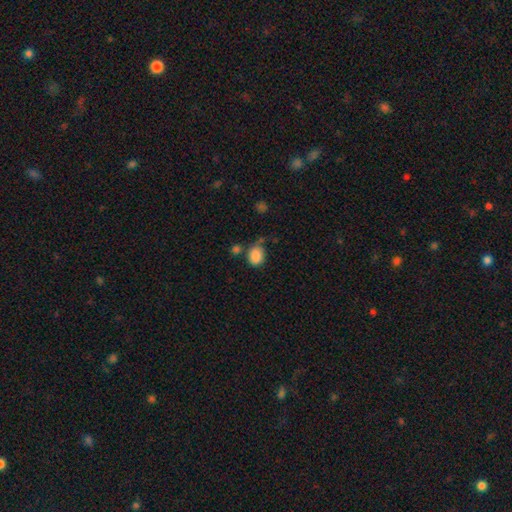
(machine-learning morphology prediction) This appears to be a smooth galaxy with no disk features (86%) that is in between round and cigar-shaped (50%). Merging: none (56%).